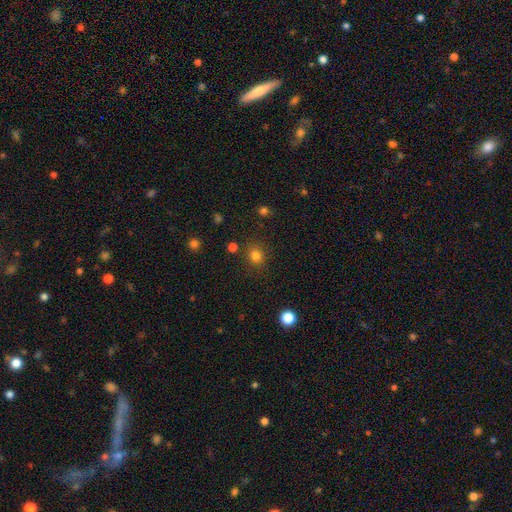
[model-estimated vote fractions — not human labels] smooth_or_featured: smooth (p=0.80) [alt: star or artifact p=0.15]
how_rounded: round (p=0.83) [alt: in between p=0.16]
merging: none (p=0.84) [alt: minor disturbance p=0.09]